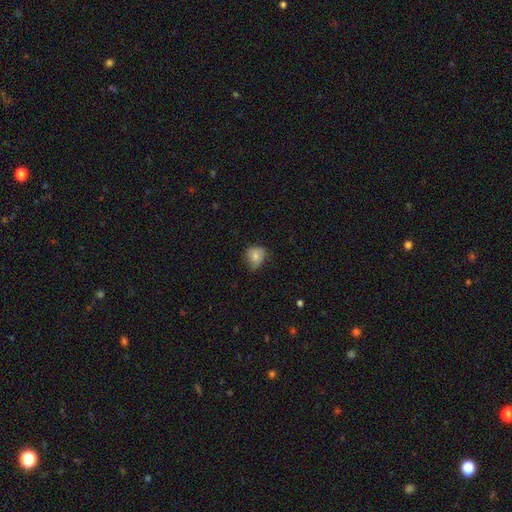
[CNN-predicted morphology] Overall: smooth (75%). How rounded: round (66%; in between 33%). Merging: none (53%; minor disturbance 36%).